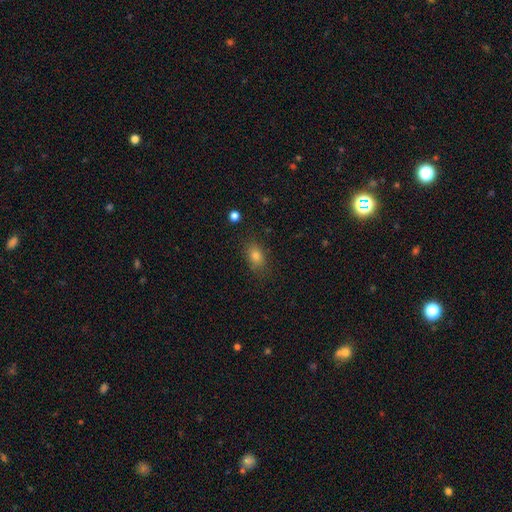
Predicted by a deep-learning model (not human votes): A smooth galaxy with no disk features (77%) that is in between round and cigar-shaped (77%).

Vote fractions:
- Smooth or featured? smooth: 77% / star or artifact: 14% / featured or disk: 9%
- How rounded? in between: 77% / round: 20% / cigar-shaped: 3%
- Merging? none: 82% / minor disturbance: 13% / major disturbance: 3% / merger: 2%